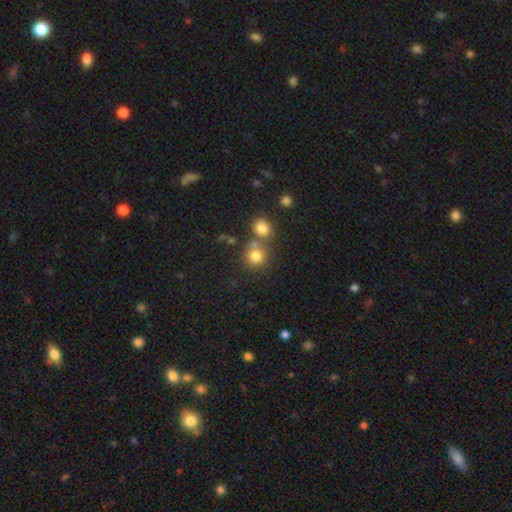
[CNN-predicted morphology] The model was most divided on "merging": none: 58%, merger: 29%, minor disturbance: 9%, major disturbance: 4%. More confident: how rounded — round (87%); smooth or featured — smooth (79%).